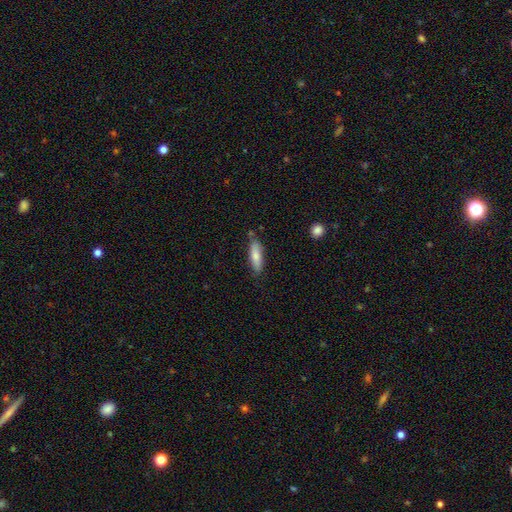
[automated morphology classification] The model was most divided on "how rounded": cigar-shaped: 57%, in between: 41%, round: 2%. More confident: smooth or featured — smooth (78%); merging — none (78%).